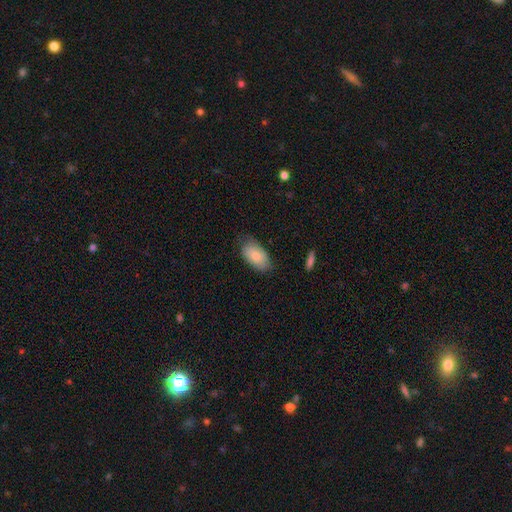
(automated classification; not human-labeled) A smooth galaxy with no disk features (74%) that is in between round and cigar-shaped (93%). Merging: none (68%).